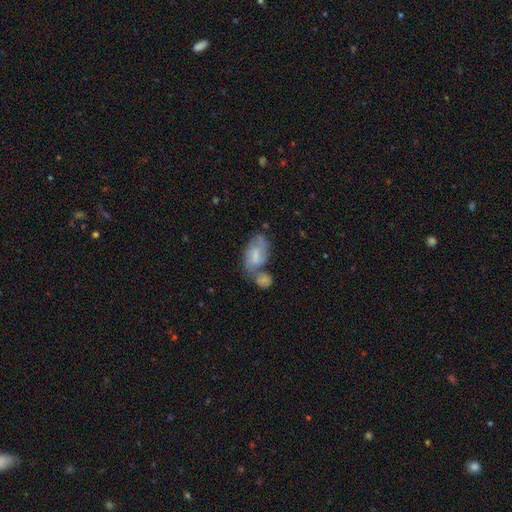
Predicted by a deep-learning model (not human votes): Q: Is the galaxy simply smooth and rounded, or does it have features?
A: featured or disk — 47%.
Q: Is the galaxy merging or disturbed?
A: merger — 41%.